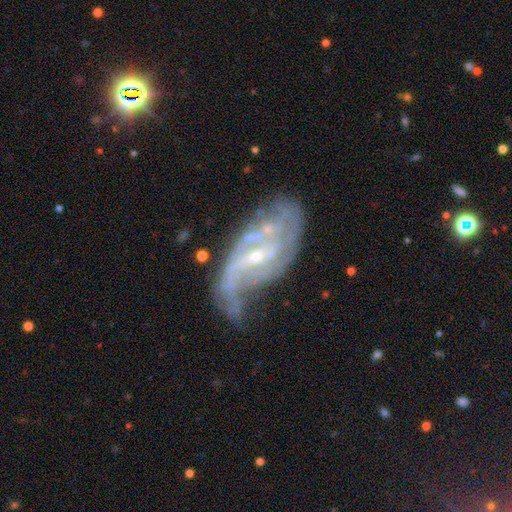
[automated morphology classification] The model was most divided on "merging": none: 33%, major disturbance: 32%, minor disturbance: 27%, merger: 8%. Remaining: edge-on disk — no (95%); spiral arms — yes (84%); smooth or featured — featured or disk (83%); bulge size — small (72%); bar — weak (47%); spiral winding — loose (41%); spiral arm count — 2 (37%).